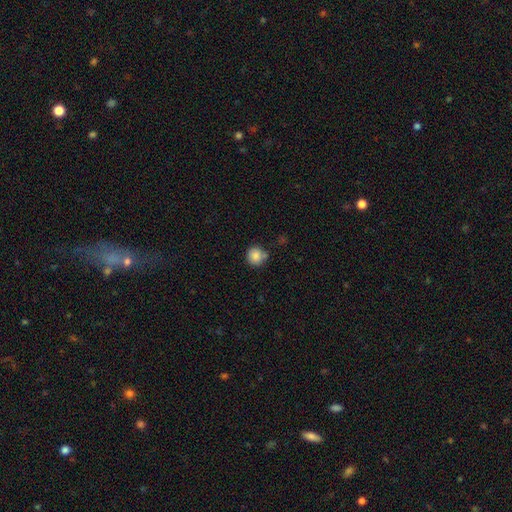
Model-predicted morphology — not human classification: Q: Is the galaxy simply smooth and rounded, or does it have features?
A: smooth — 85%.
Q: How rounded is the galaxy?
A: round — 92%.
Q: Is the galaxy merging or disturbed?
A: none — 70%.